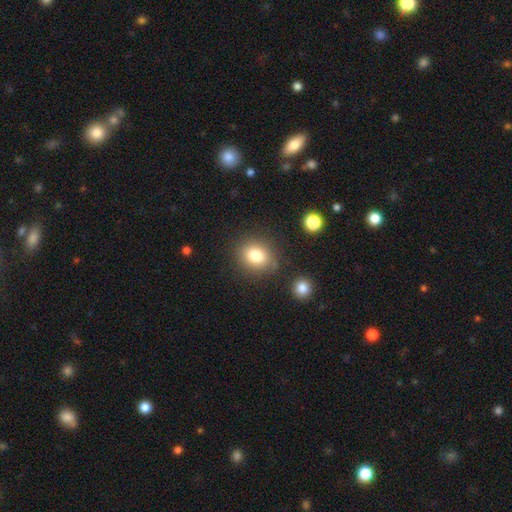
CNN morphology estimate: Smooth or featured: smooth — 81% (star or artifact — 11%)
How rounded: round — 68% (in between — 31%)
Merging: none — 80% (minor disturbance — 11%)